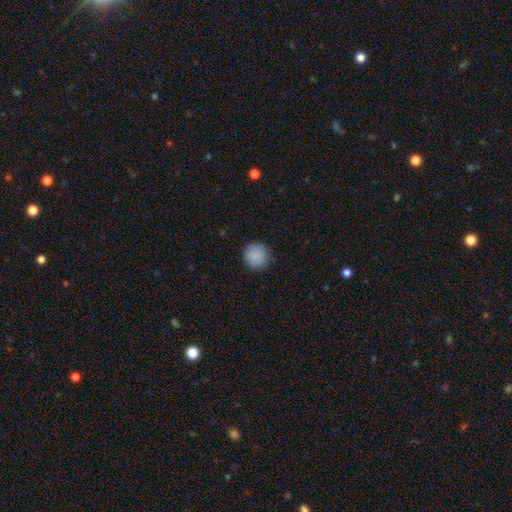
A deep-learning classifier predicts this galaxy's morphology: type=smooth (88%); roundness=round (95%); merging=none (87%).